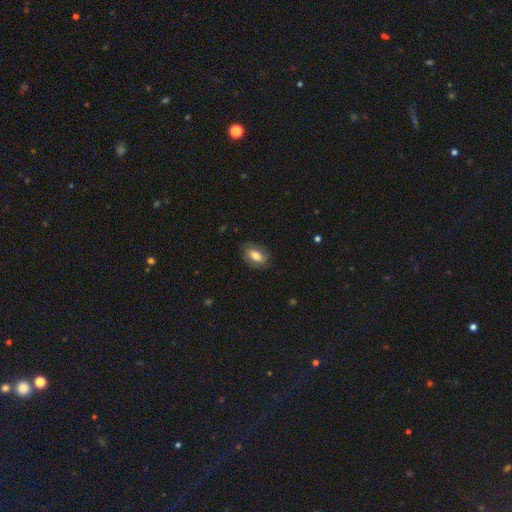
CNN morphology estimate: type=smooth (73%); roundness=in between (86%); merging=none (81%).